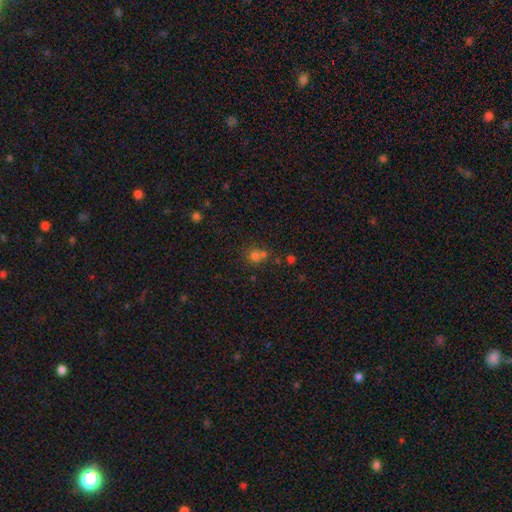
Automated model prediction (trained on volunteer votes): smooth_or_featured: smooth (p=0.68) [alt: star or artifact p=0.22]
how_rounded: round (p=0.86) [alt: in between p=0.13]
merging: none (p=0.49) [alt: merger p=0.41]